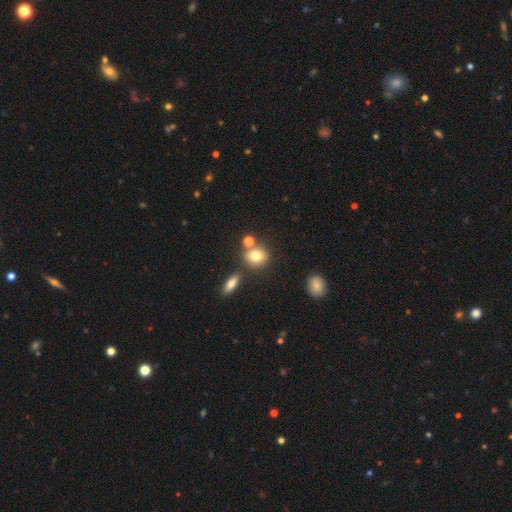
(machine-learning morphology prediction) smooth 76%, featured or disk 12%, star or artifact 12%. Down the decision tree: how rounded — round (73%); merging — none (66%).